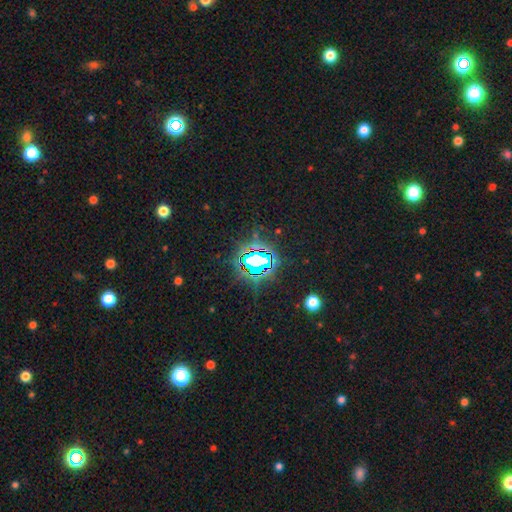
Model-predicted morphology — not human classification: smooth-or-featured: star or artifact: 79% | smooth: 11% | featured or disk: 10%